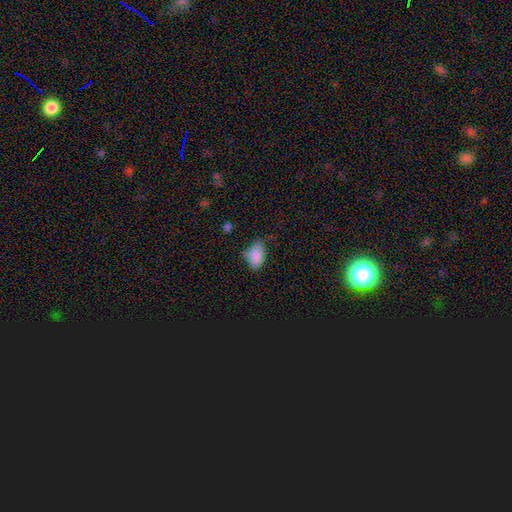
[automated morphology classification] This appears to be a smooth galaxy with no disk features (83%) that is in between round and cigar-shaped (89%). Merging: none (46%).